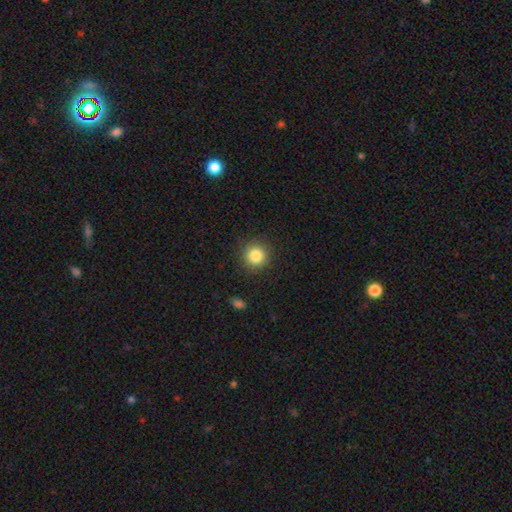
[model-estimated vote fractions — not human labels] This appears to be a smooth galaxy with no disk features (84%) that is round (94%). Merging: none (90%).